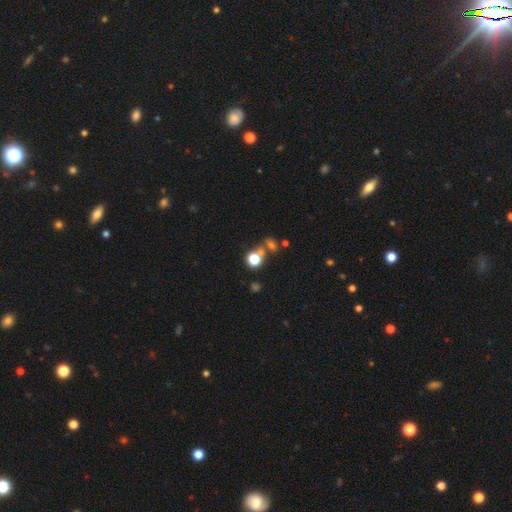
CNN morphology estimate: Smooth or featured?
  - smooth: 49% *
  - star or artifact: 39%
  - featured or disk: 12%
Merging?
  - none: 59% *
  - merger: 24%
  - minor disturbance: 10%
  - major disturbance: 7%